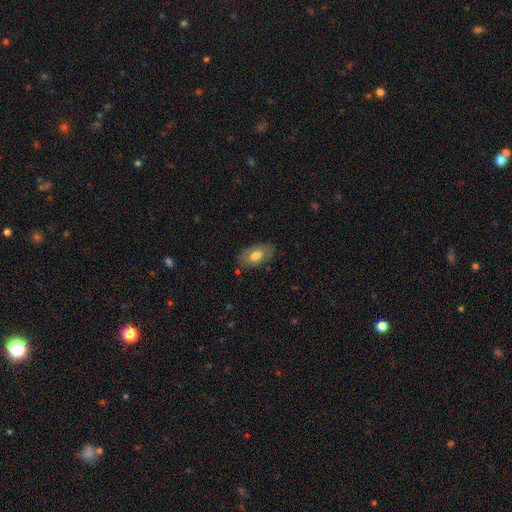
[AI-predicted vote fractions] This appears to be a smooth galaxy with no disk features (67%) that is in between round and cigar-shaped (93%). Merging: none (81%).